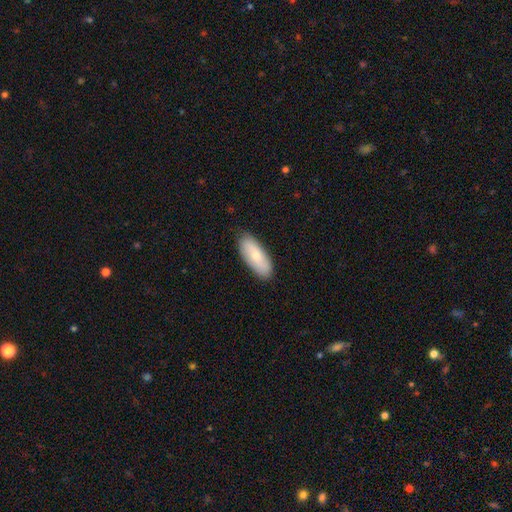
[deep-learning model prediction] Smooth or featured? smooth (69%)
How rounded? in between (79%)
Merging? none (86%)